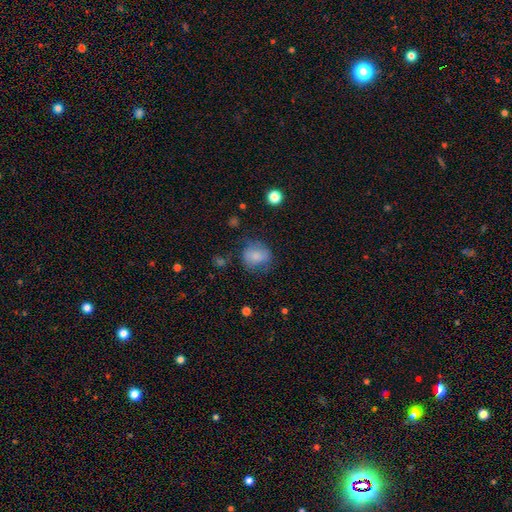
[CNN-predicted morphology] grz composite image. It shows a smooth galaxy with no disk features (75%) that is round (72%). Merging: none (61%).